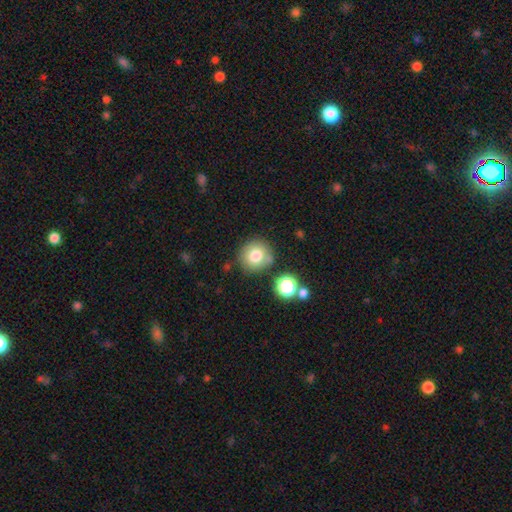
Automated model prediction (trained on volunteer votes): A smooth galaxy with no disk features (78%) that is round (91%).

Vote fractions:
- Smooth or featured? smooth: 78% / star or artifact: 11% / featured or disk: 11%
- How rounded? round: 91% / in between: 8% / cigar-shaped: 1%
- Merging? none: 79% / minor disturbance: 10% / merger: 8% / major disturbance: 3%